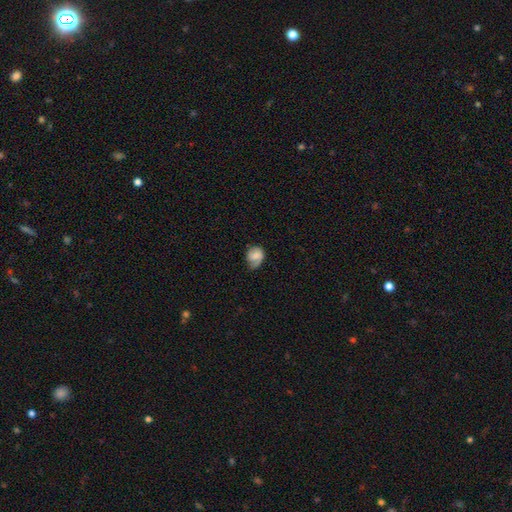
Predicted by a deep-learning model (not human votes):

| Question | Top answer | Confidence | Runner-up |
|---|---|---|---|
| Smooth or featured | smooth | 61% | featured or disk (31%) |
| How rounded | round | 56% | in between (43%) |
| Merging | none | 47% | minor disturbance (34%) |